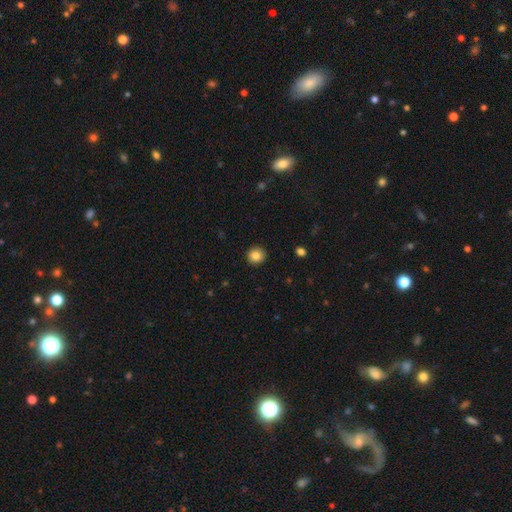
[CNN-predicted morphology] The model was most divided on "smooth or featured": smooth: 85%, star or artifact: 9%, featured or disk: 6%. More confident: merging — none (92%); how rounded — round (92%).